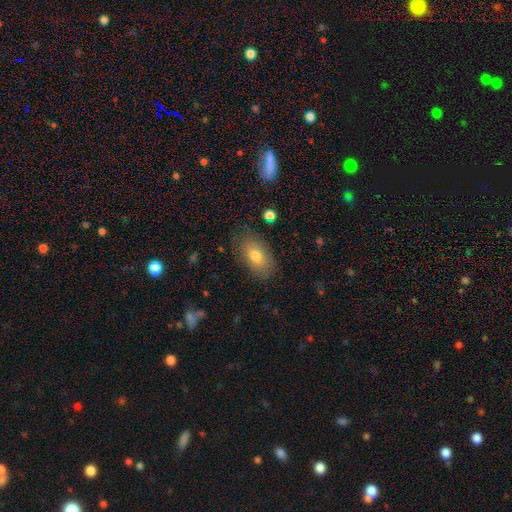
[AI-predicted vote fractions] Q: Smooth or featured?
A: smooth (75%); runner-up: featured or disk (17%)
Q: How rounded?
A: in between (91%); runner-up: round (6%)
Q: Merging?
A: none (79%); runner-up: minor disturbance (16%)